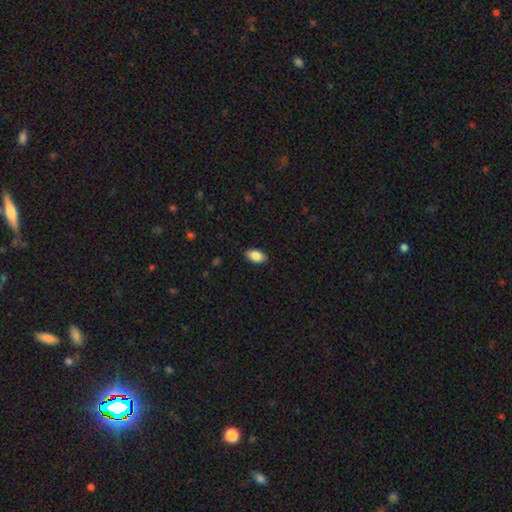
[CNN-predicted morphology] Smooth or featured? smooth (85%)
How rounded? in between (93%)
Merging? none (89%)